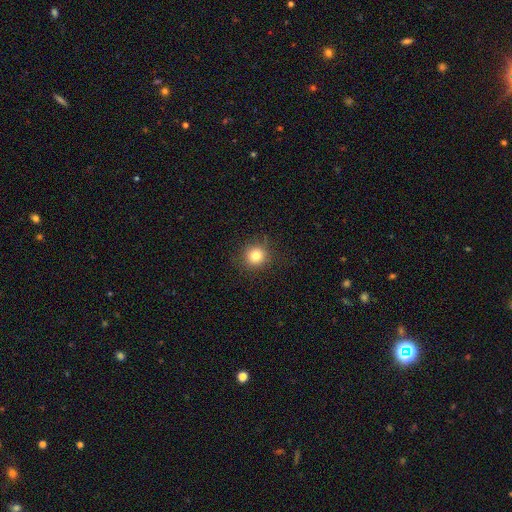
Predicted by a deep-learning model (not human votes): Smooth or featured?
  - smooth: 80% *
  - star or artifact: 13%
  - featured or disk: 7%
How rounded?
  - round: 92% *
  - in between: 7%
  - cigar-shaped: 1%
Merging?
  - none: 89% *
  - minor disturbance: 7%
  - major disturbance: 3%
  - merger: 1%